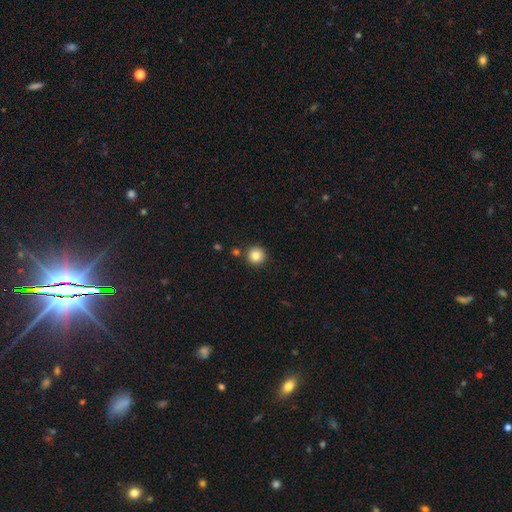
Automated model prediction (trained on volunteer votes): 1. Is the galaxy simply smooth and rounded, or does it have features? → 83% smooth, 11% star or artifact, 7% featured or disk.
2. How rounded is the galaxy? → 96% round, 3% in between, 1% cigar-shaped.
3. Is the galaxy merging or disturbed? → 88% none, 6% minor disturbance, 4% merger, 2% major disturbance.